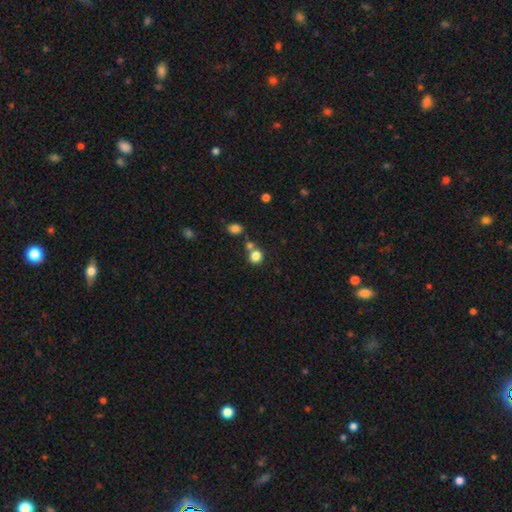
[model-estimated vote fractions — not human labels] Q: Smooth or featured?
A: smooth (83%); runner-up: star or artifact (12%)
Q: How rounded?
A: round (82%); runner-up: in between (17%)
Q: Merging?
A: none (61%); runner-up: merger (27%)